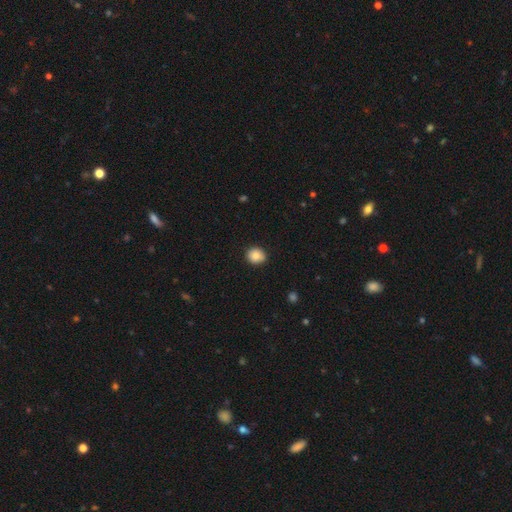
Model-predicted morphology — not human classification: This is clearly a smooth galaxy (87%). How rounded: likely round (76%). Merging: clearly none (87%).